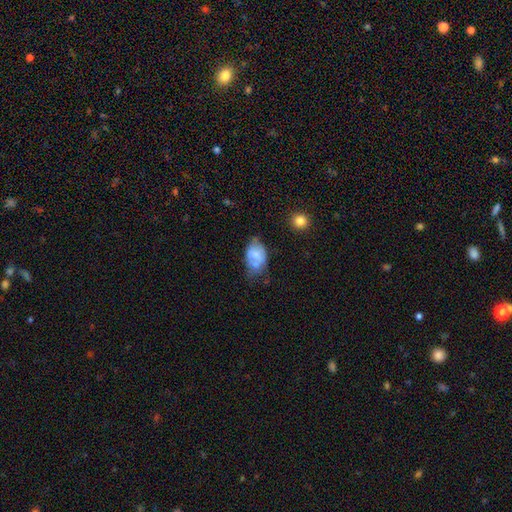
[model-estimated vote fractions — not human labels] Smooth or featured: smooth — 57% (featured or disk — 35%)
How rounded: in between — 87% (round — 12%)
Merging: none — 37% (minor disturbance — 35%)